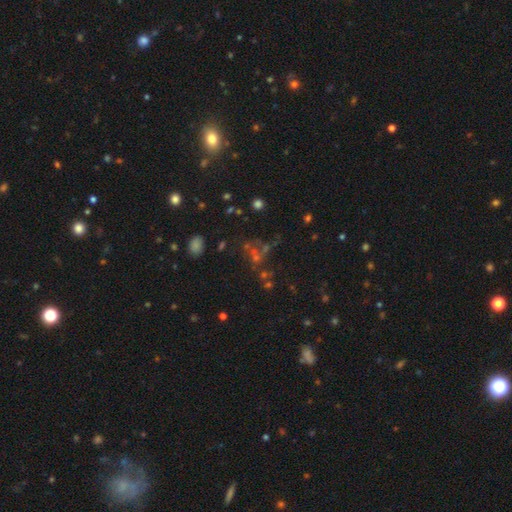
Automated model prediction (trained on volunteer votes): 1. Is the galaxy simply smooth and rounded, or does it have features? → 49% star or artifact, 30% smooth, 21% featured or disk.